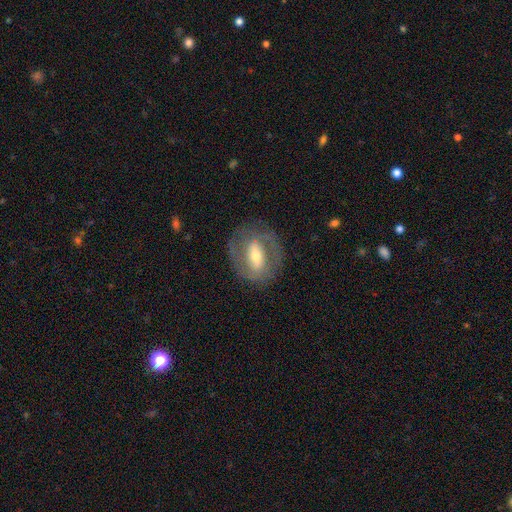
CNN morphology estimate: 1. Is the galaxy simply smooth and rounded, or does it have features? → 68% featured or disk, 26% smooth, 6% star or artifact.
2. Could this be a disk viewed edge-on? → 91% no, 9% yes.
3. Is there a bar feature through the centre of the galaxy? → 45% strong, 33% weak, 21% no.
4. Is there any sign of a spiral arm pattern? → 54% yes, 46% no.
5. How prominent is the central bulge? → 59% moderate, 32% small, 7% large, 1% dominant, 1% none.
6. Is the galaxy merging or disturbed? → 77% none, 14% minor disturbance, 8% major disturbance, 1% merger.